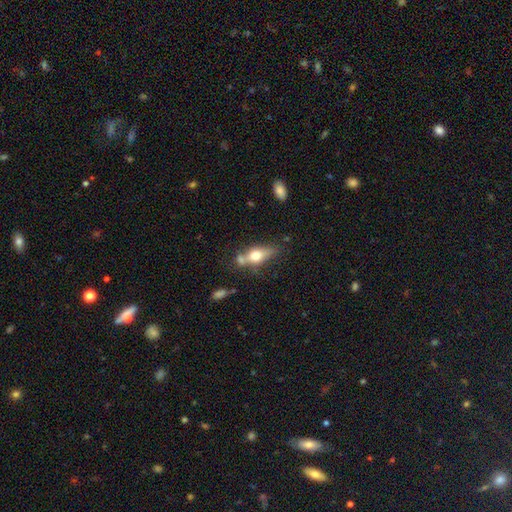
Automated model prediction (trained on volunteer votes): smooth 59%, featured or disk 33%, star or artifact 8%. Down the decision tree: how rounded — in between (65%); merging — none (46%).